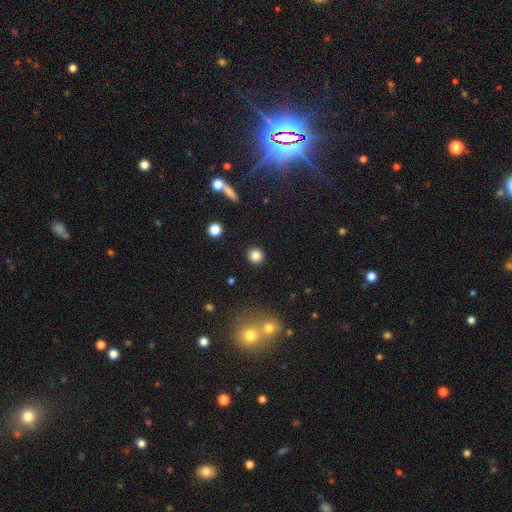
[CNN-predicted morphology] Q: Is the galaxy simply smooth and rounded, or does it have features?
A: smooth — 84%.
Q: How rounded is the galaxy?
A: round — 90%.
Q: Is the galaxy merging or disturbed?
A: none — 91%.